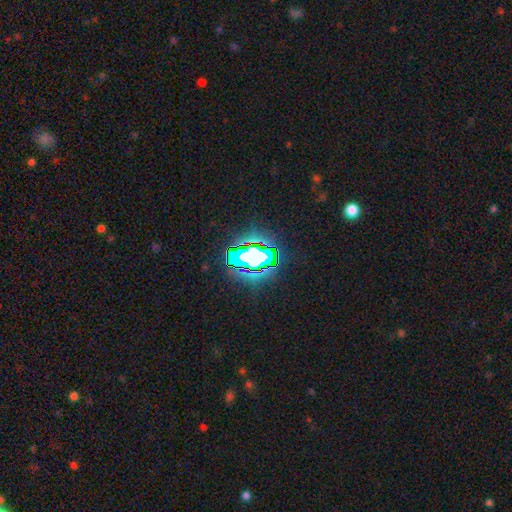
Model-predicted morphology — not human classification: Smooth or featured?
  - star or artifact: 63% *
  - smooth: 22%
  - featured or disk: 14%